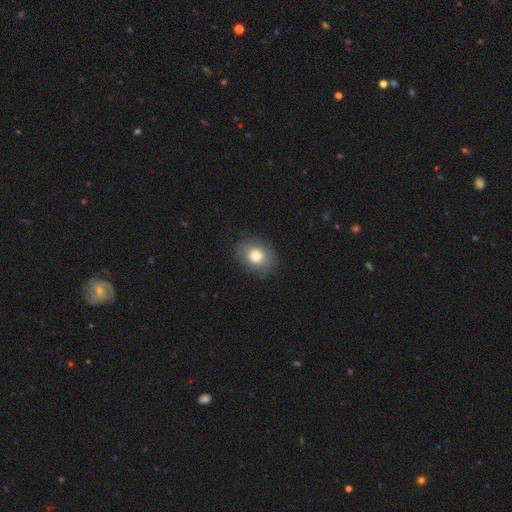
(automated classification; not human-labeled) Smooth or featured: smooth — 76% (featured or disk — 16%)
How rounded: in between — 56% (round — 43%)
Merging: none — 80% (minor disturbance — 14%)